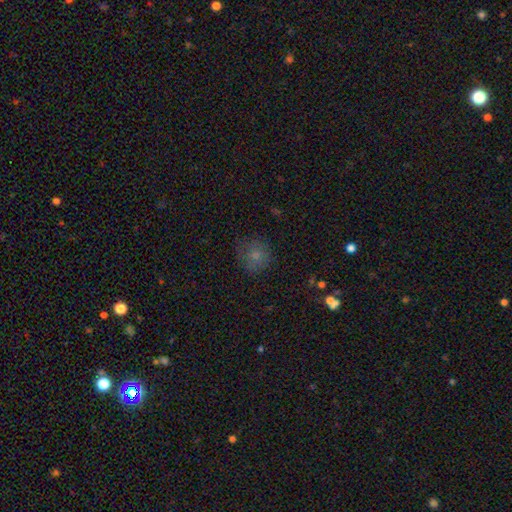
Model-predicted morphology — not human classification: smooth 74%, star or artifact 15%, featured or disk 11%. Down the decision tree: how rounded — round (84%); merging — none (70%).